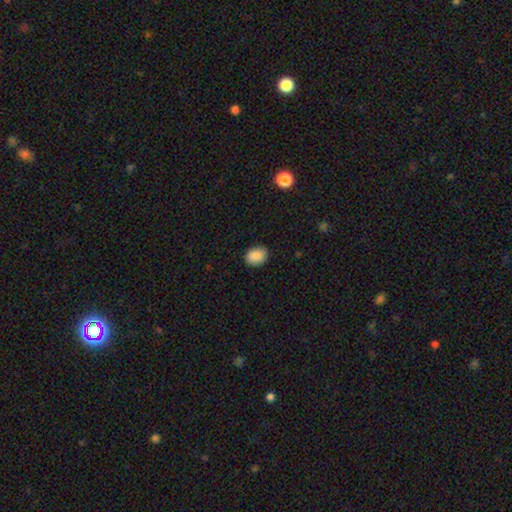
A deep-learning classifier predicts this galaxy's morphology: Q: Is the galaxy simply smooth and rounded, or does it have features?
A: smooth — 89%.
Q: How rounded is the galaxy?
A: in between — 68%.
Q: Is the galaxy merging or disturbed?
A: none — 86%.